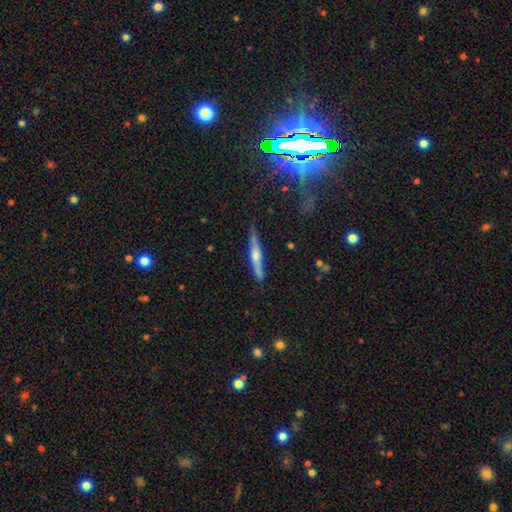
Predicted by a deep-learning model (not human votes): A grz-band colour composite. It shows a featured or disk galaxy (62%) viewed edge-on (96%) with a rounded central bulge (81%). Merging: none (86%).